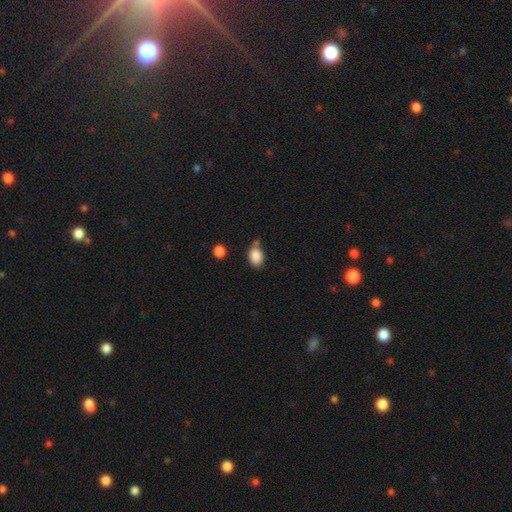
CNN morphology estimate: Smooth or featured? smooth (87%)
How rounded? in between (80%)
Merging? none (59%)